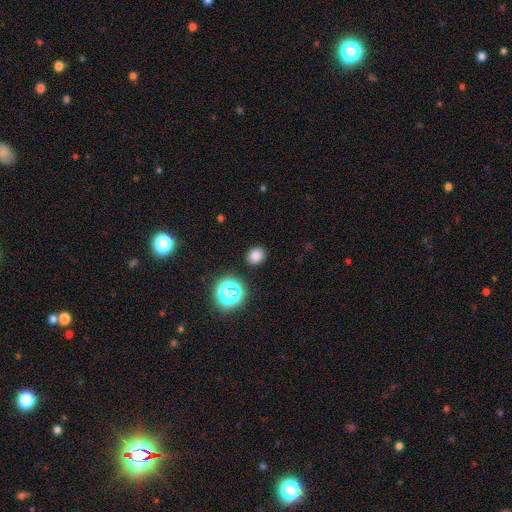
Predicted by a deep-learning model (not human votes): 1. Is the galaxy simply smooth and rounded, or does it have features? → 77% smooth, 18% star or artifact, 5% featured or disk.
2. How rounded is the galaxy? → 73% round, 26% in between, 1% cigar-shaped.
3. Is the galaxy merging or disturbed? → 88% none, 7% minor disturbance, 3% major disturbance, 2% merger.